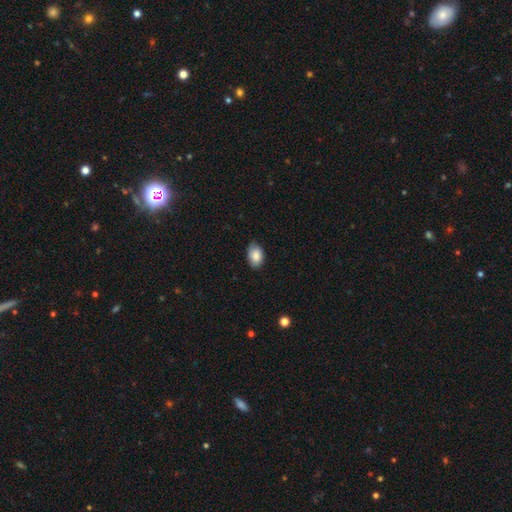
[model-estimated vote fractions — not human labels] This is clearly a smooth galaxy (85%). How rounded: clearly in between (89%). Merging: likely none (79%).